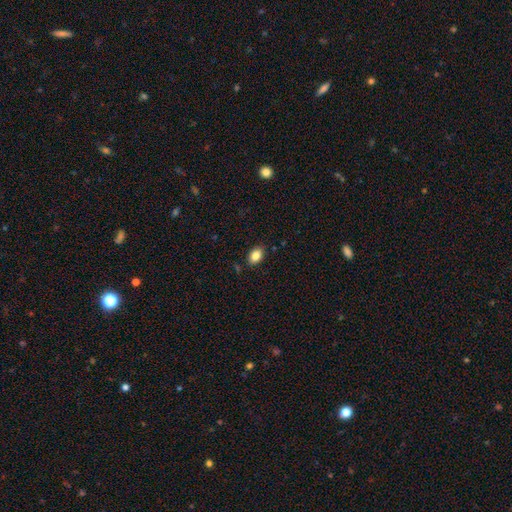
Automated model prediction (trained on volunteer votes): A smooth galaxy with no disk features (85%) that is in between round and cigar-shaped (84%). Merging: none (86%).